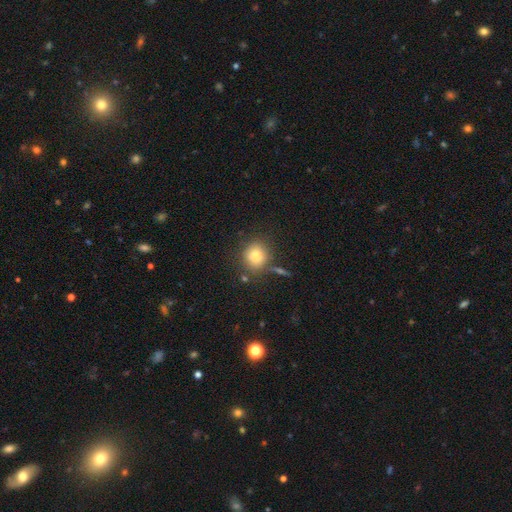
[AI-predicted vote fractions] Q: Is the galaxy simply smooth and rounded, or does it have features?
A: smooth — 80%.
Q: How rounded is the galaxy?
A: round — 86%.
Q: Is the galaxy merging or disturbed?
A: none — 78%.